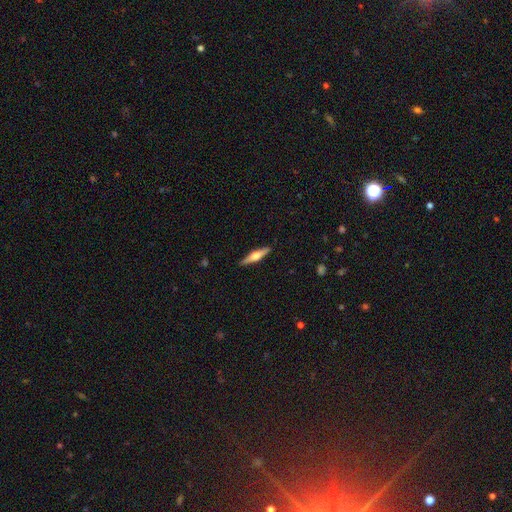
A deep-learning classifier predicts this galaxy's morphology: Smooth or featured: featured or disk — 63% (smooth — 32%)
Edge-on disk: yes — 97% (no — 3%)
Edge-on bulge: rounded — 93% (boxy — 5%)
Merging: none — 91% (minor disturbance — 7%)